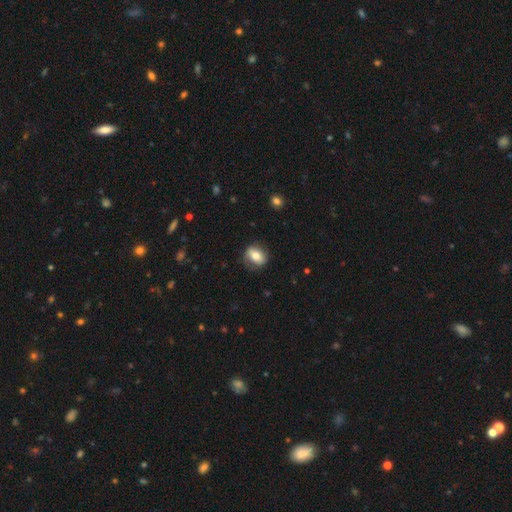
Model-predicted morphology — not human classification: Overall: smooth (63%; featured or disk 29%). How rounded: in between (55%; round 43%). Merging: none (79%).